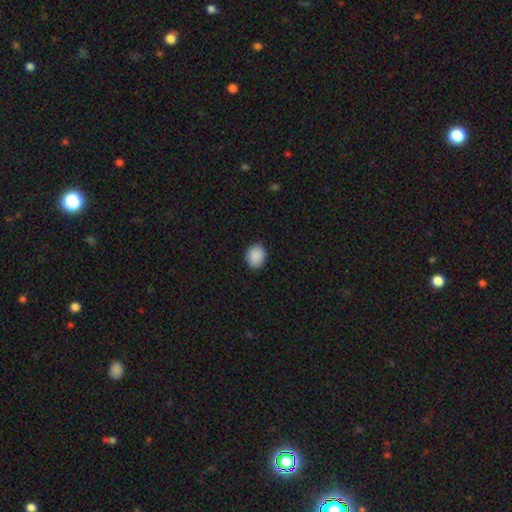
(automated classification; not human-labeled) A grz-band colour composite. It shows a smooth galaxy with no disk features (90%) that is round (61%). Merging: none (89%).